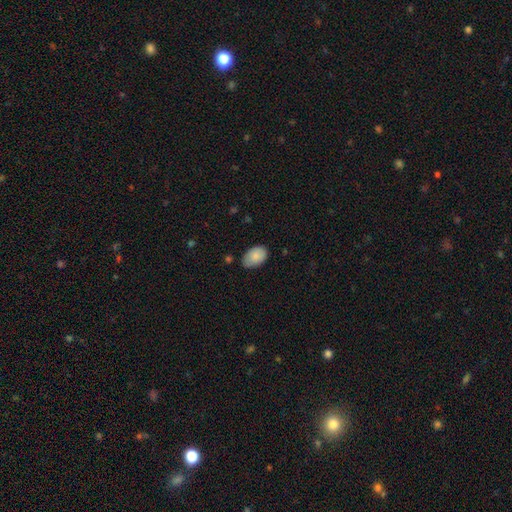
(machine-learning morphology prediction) Overall: smooth (86%). How rounded: in between (90%). Merging: none (73%).